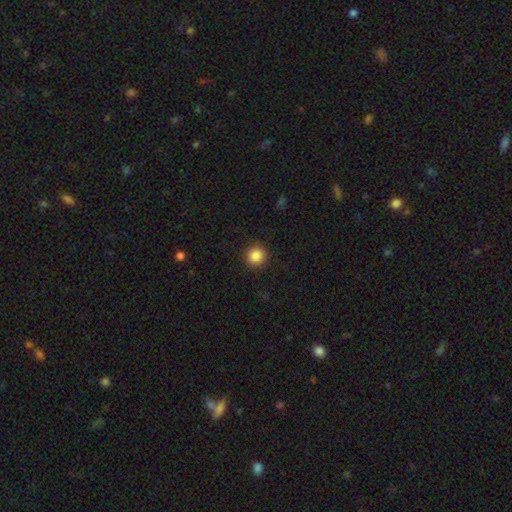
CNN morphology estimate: Smooth or featured: smooth — 86% (star or artifact — 10%)
How rounded: round — 94% (in between — 5%)
Merging: none — 91% (minor disturbance — 6%)